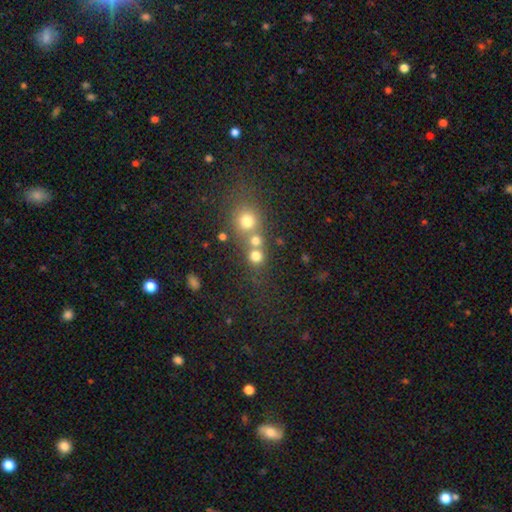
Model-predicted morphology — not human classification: A smooth galaxy with no disk features (73%) that is round (87%).

Vote fractions:
- Smooth or featured? smooth: 73% / star or artifact: 17% / featured or disk: 10%
- How rounded? round: 87% / in between: 12% / cigar-shaped: 1%
- Merging? none: 49% / merger: 39% / minor disturbance: 7% / major disturbance: 4%